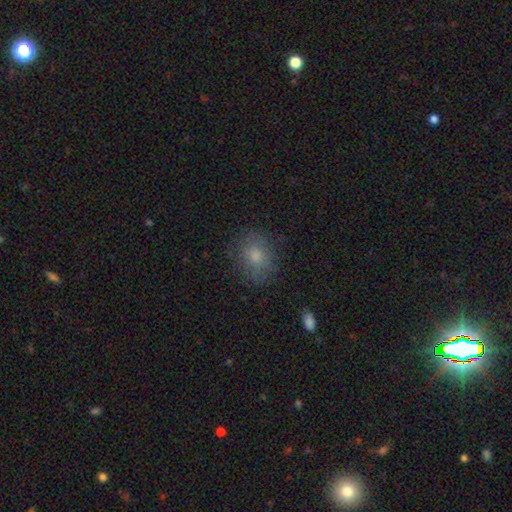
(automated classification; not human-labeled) Smooth or featured?
  - smooth: 75% *
  - star or artifact: 13%
  - featured or disk: 12%
How rounded?
  - round: 57% *
  - in between: 42%
  - cigar-shaped: 1%
Merging?
  - none: 81% *
  - minor disturbance: 14%
  - major disturbance: 4%
  - merger: 1%